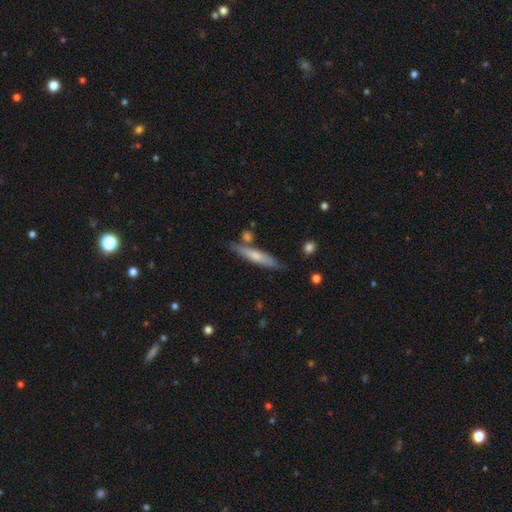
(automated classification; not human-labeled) Overall: smooth (58%; featured or disk 36%). How rounded: cigar-shaped (87%). Merging: none (74%).